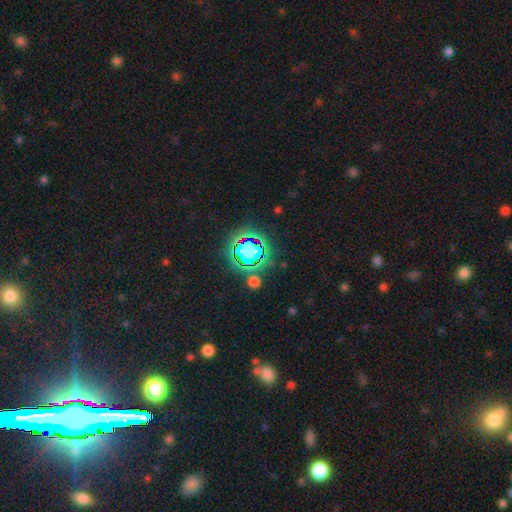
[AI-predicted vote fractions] Morphology: type=star or artifact (83%).